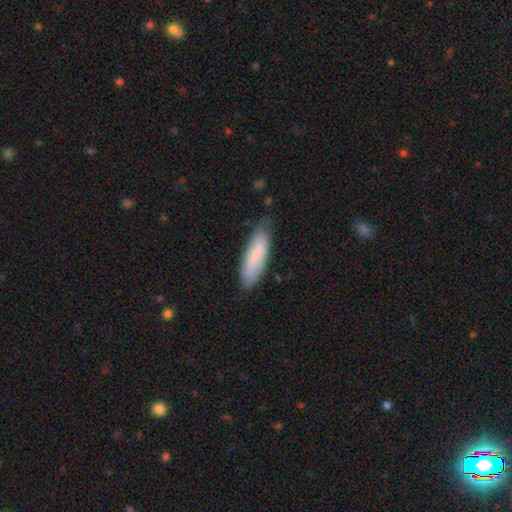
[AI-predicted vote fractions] The model was most divided on "how rounded": cigar-shaped: 50%, in between: 48%, round: 1%. More confident: smooth or featured — smooth (70%); merging — none (68%).